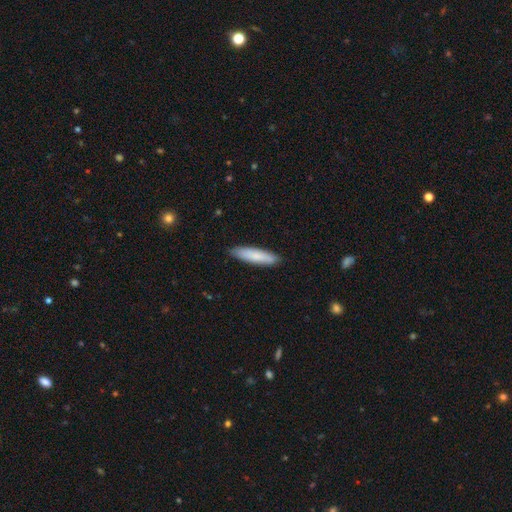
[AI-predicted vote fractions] Overall: smooth (81%). How rounded: cigar-shaped (78%). Merging: none (89%).